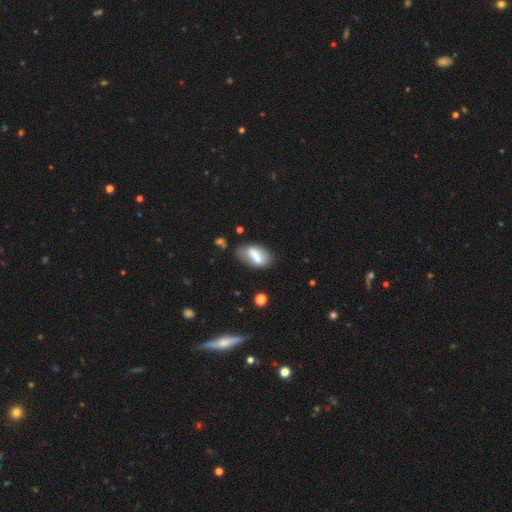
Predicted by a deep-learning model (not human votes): Smooth or featured? smooth (63%)
How rounded? in between (83%)
Merging? none (57%)